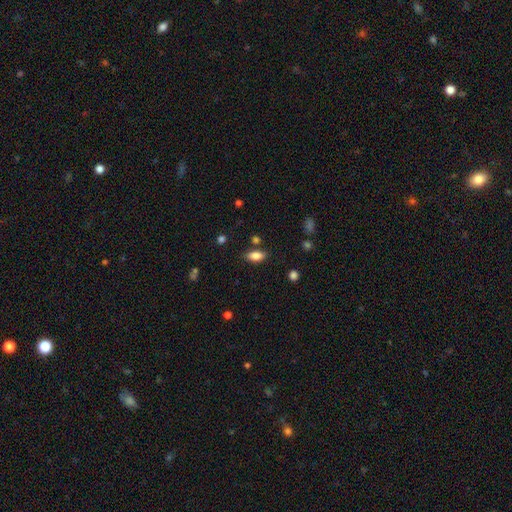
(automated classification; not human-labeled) Smooth or featured: smooth — 83% (star or artifact — 9%)
How rounded: in between — 87% (cigar-shaped — 10%)
Merging: none — 80% (minor disturbance — 13%)